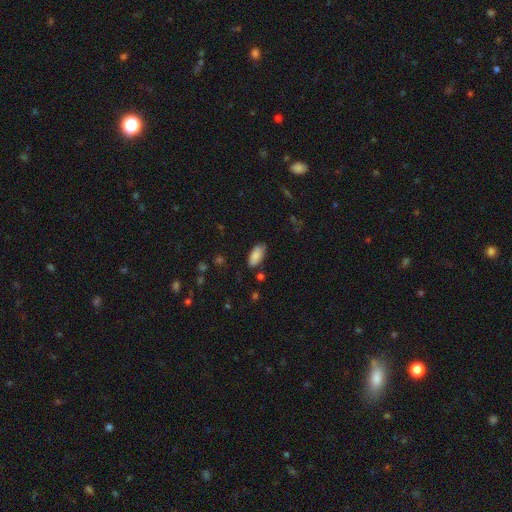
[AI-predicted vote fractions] Q: Smooth or featured?
A: smooth (85%); runner-up: featured or disk (8%)
Q: How rounded?
A: in between (91%); runner-up: cigar-shaped (7%)
Q: Merging?
A: none (77%); runner-up: minor disturbance (17%)